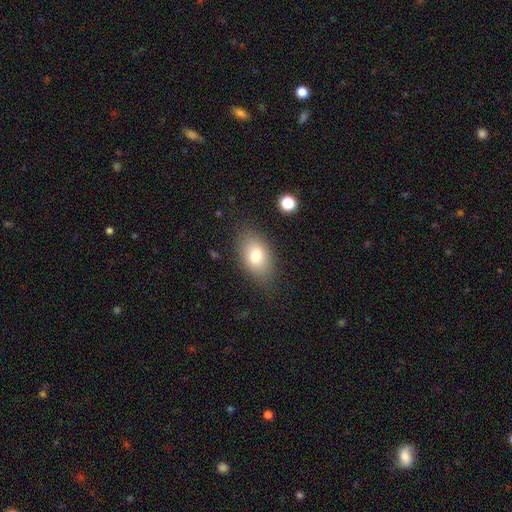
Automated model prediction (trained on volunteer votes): A smooth galaxy with no disk features (77%) that is in between round and cigar-shaped (87%).

Vote fractions:
- Smooth or featured? smooth: 77% / featured or disk: 14% / star or artifact: 9%
- How rounded? in between: 87% / round: 11% / cigar-shaped: 2%
- Merging? none: 81% / minor disturbance: 13% / major disturbance: 5% / merger: 1%